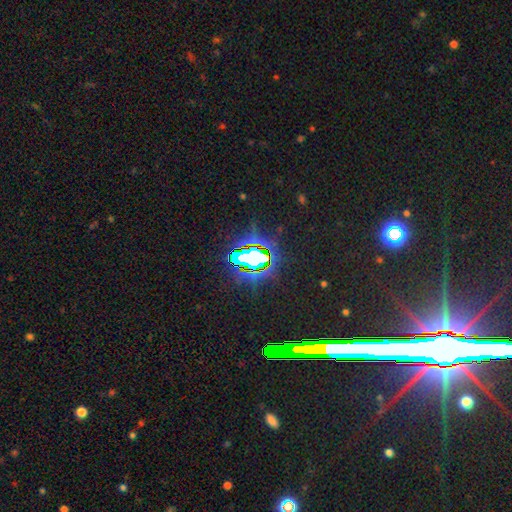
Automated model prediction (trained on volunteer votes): Overall: star or artifact (78%).